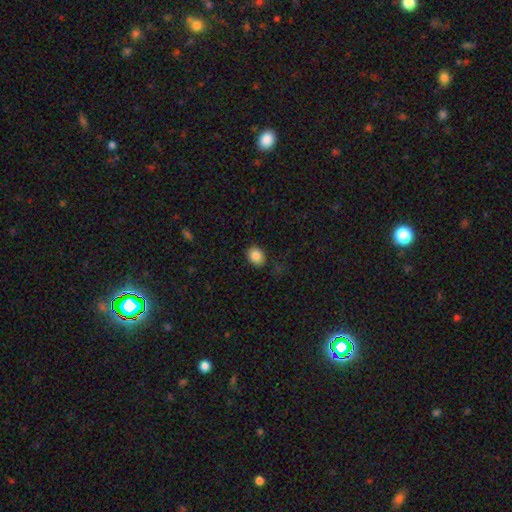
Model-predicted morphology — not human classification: smooth-or-featured: smooth: 86% | star or artifact: 9% | featured or disk: 5%
  how-rounded: in between: 54% | round: 45% | cigar-shaped: 1%
  merging: none: 81% | minor disturbance: 14% | major disturbance: 4% | merger: 1%